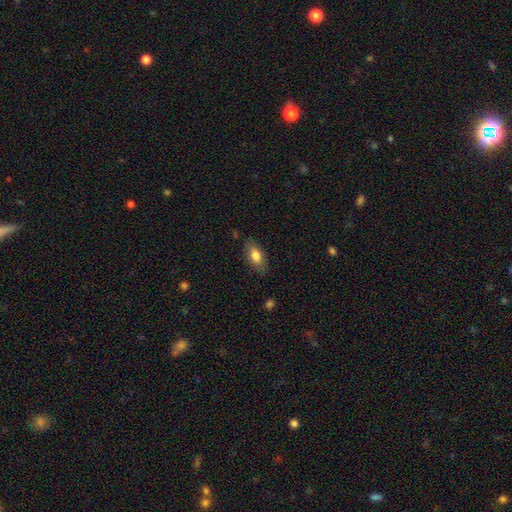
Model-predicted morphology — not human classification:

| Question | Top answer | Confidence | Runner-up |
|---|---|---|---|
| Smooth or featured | smooth | 78% | featured or disk (15%) |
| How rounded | in between | 88% | cigar-shaped (8%) |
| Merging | none | 80% | minor disturbance (15%) |